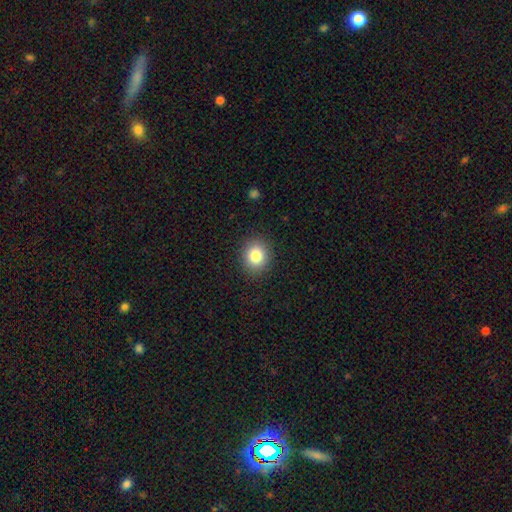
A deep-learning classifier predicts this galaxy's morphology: Smooth or featured: smooth — 82% (star or artifact — 11%)
How rounded: round — 78% (in between — 21%)
Merging: none — 90% (minor disturbance — 7%)